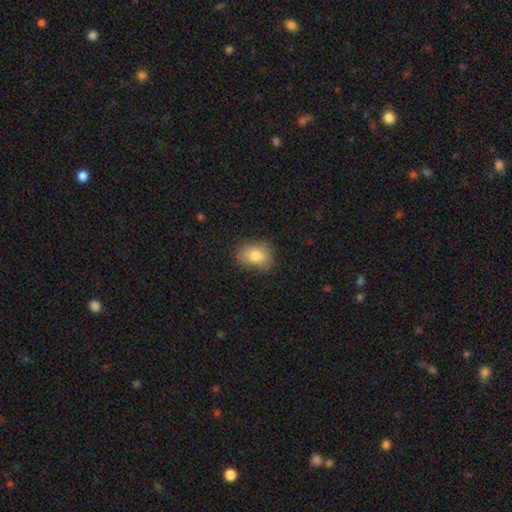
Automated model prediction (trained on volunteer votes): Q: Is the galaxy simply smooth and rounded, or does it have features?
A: smooth — 83%.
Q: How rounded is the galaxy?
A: in between — 66%.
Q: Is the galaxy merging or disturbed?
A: none — 79%.